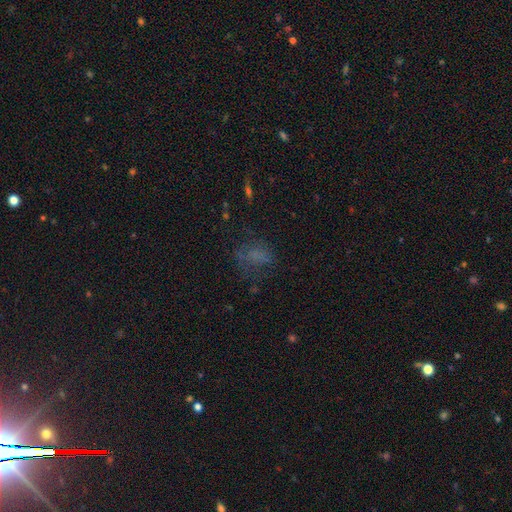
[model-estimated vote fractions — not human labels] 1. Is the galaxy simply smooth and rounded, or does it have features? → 52% smooth, 26% star or artifact, 23% featured or disk.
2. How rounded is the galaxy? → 69% in between, 27% round, 4% cigar-shaped.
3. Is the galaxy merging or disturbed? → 52% none, 25% major disturbance, 21% minor disturbance, 3% merger.